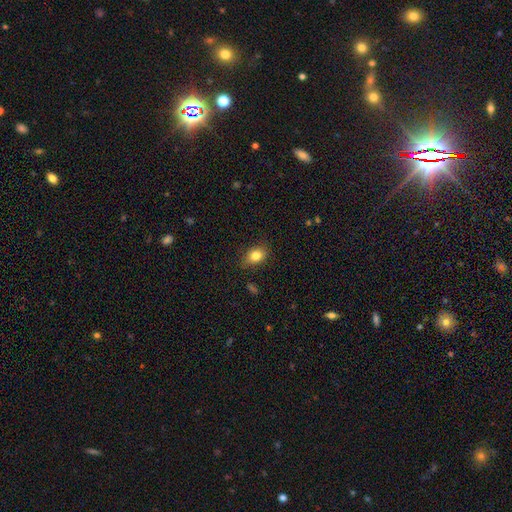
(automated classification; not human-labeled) A smooth galaxy with no disk features (81%) that is in between round and cigar-shaped (72%). Merging: none (80%).